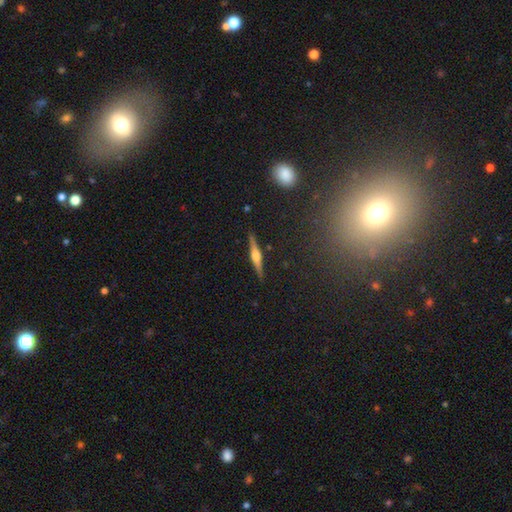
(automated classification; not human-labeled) Smooth or featured? Predicted: featured or disk (p=0.73). Edge-on disk? Predicted: yes (p=0.98). Edge-on bulge? Predicted: rounded (p=0.77). Merging? Predicted: none (p=0.90).